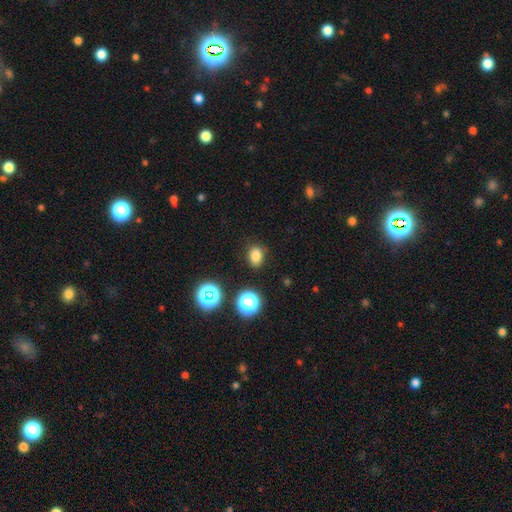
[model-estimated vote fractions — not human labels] This is likely a smooth galaxy (80%). How rounded: likely in between (67%). Merging: clearly none (85%).